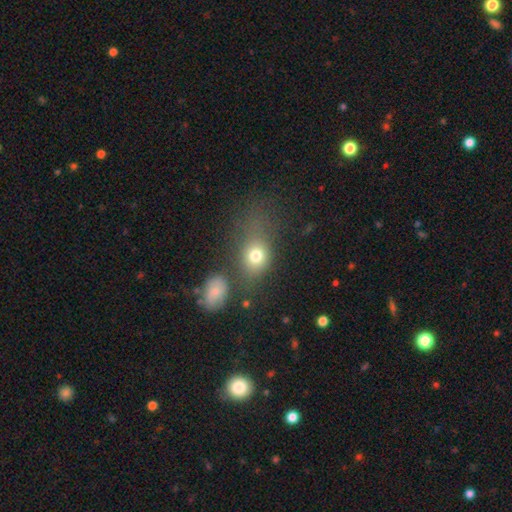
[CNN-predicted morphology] Overall: smooth (74%). How rounded: in between (52%; round 45%). Merging: none (51%; merger 17%).